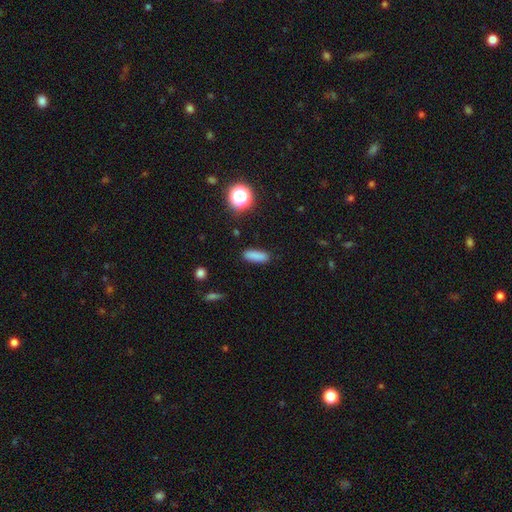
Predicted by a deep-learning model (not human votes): A smooth galaxy with no disk features (85%) that is in between round and cigar-shaped (49%).

Vote fractions:
- Smooth or featured? smooth: 85% / star or artifact: 10% / featured or disk: 5%
- How rounded? in between: 49% / cigar-shaped: 48% / round: 4%
- Merging? none: 88% / minor disturbance: 8% / major disturbance: 2% / merger: 1%